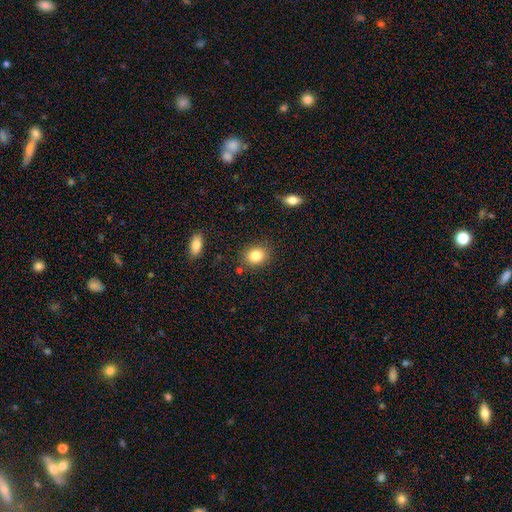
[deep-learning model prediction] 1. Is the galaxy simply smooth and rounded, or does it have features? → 83% smooth, 10% star or artifact, 7% featured or disk.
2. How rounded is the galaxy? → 54% round, 45% in between, 1% cigar-shaped.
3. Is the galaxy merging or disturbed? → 84% none, 10% minor disturbance, 3% merger, 3% major disturbance.